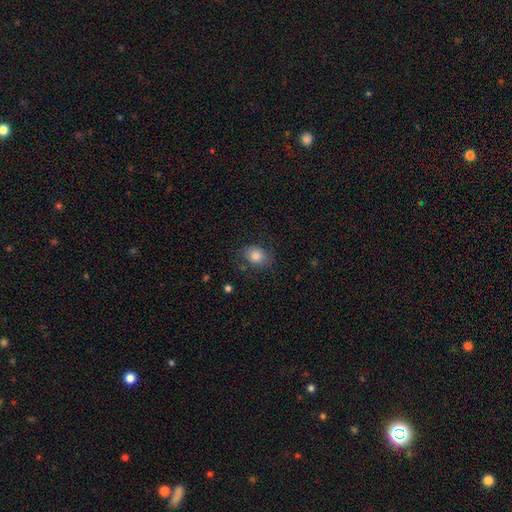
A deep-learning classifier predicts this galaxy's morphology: Overall: smooth (80%). How rounded: in between (50%; round 49%). Merging: none (74%).